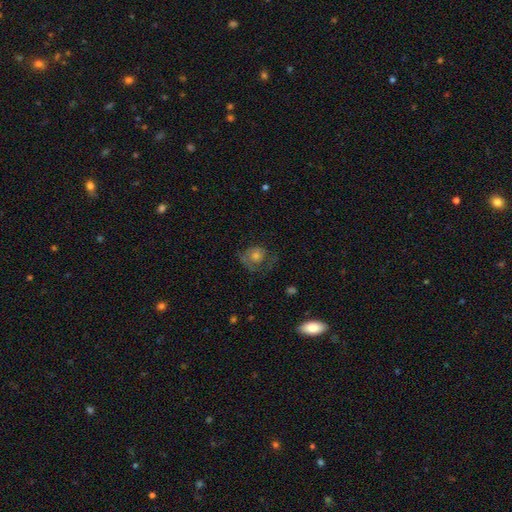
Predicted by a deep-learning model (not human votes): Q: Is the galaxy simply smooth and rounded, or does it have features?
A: featured or disk — 47%.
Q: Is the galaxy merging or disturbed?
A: none — 54%.